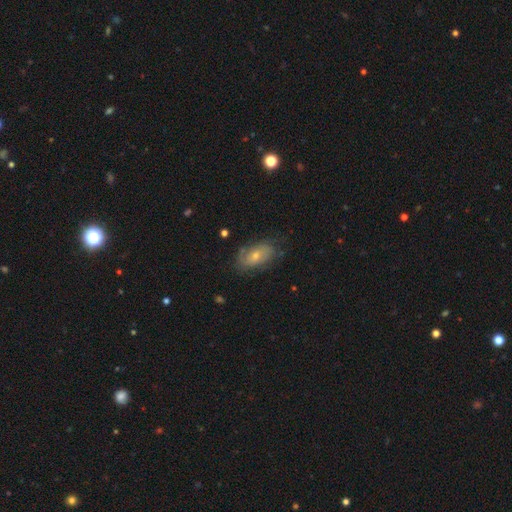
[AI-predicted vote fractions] A featured or disk galaxy (50%). Merging: none (73%).